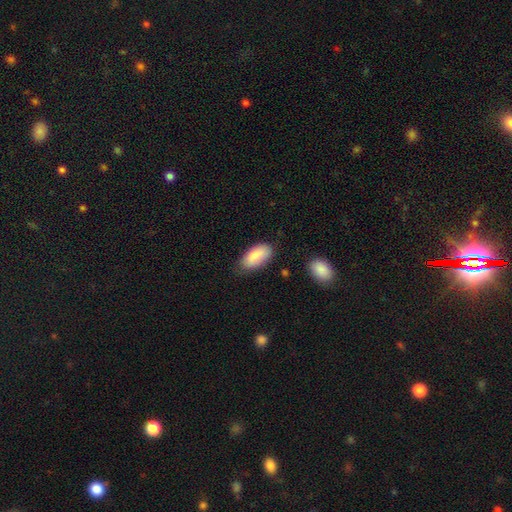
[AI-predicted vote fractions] Morphology: type=smooth (87%); roundness=in between (92%); merging=none (70%).